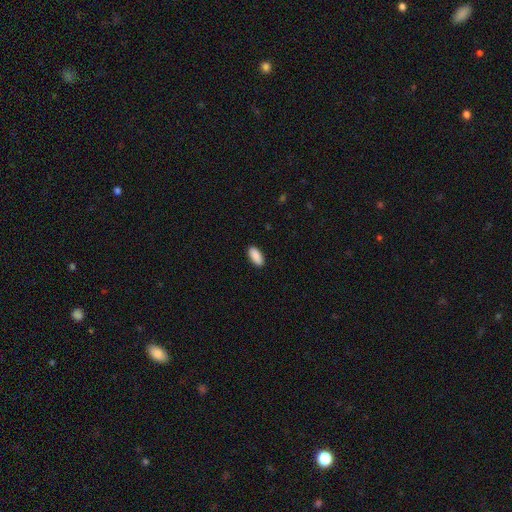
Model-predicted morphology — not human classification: Smooth or featured? Predicted: smooth (p=0.91). How rounded? Predicted: in between (p=0.90). Merging? Predicted: none (p=0.90).